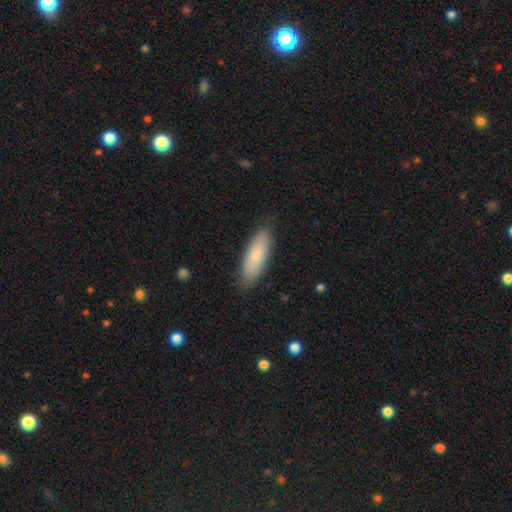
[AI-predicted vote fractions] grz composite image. It shows a smooth galaxy with no disk features (79%) that is in between round and cigar-shaped (61%). Merging: none (84%).